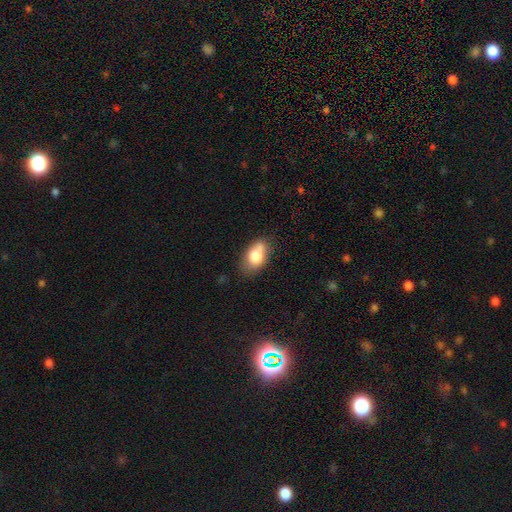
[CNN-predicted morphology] Q: Smooth or featured?
A: smooth (77%); runner-up: featured or disk (15%)
Q: How rounded?
A: in between (87%); runner-up: round (11%)
Q: Merging?
A: none (55%); runner-up: minor disturbance (26%)